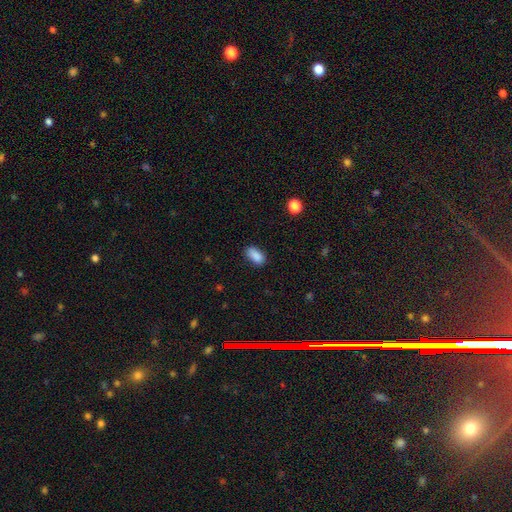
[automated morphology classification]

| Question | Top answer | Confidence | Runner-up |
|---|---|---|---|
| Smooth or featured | smooth | 87% | star or artifact (8%) |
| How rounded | in between | 89% | cigar-shaped (7%) |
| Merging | none | 78% | minor disturbance (17%) |